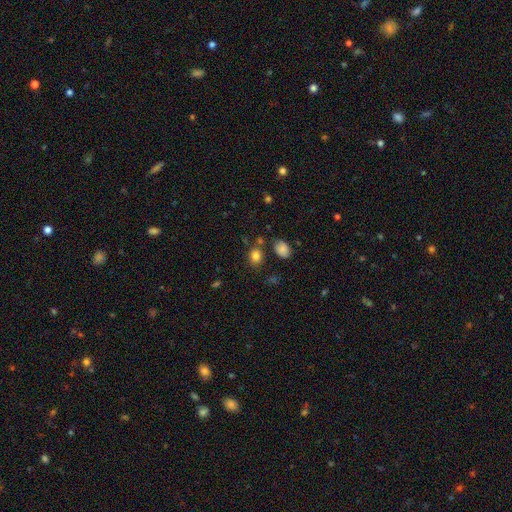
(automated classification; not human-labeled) Smooth or featured? Predicted: smooth (p=0.82). How rounded? Predicted: round (p=0.53). Merging? Predicted: none (p=0.75).